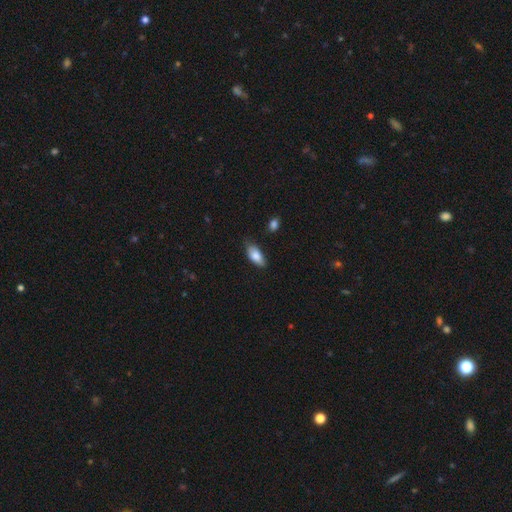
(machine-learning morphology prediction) smooth-or-featured: smooth: 82% | featured or disk: 11% | star or artifact: 7%
  how-rounded: in between: 89% | cigar-shaped: 9% | round: 3%
  merging: none: 73% | minor disturbance: 21% | major disturbance: 4% | merger: 2%